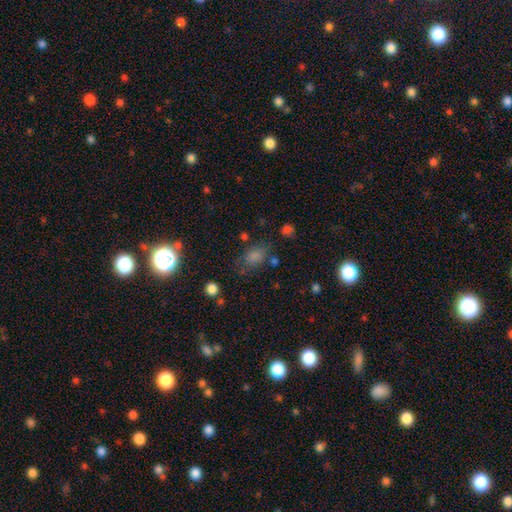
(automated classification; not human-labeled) smooth 66%, star or artifact 25%, featured or disk 9%. Down the decision tree: how rounded — in between (70%); merging — none (73%).